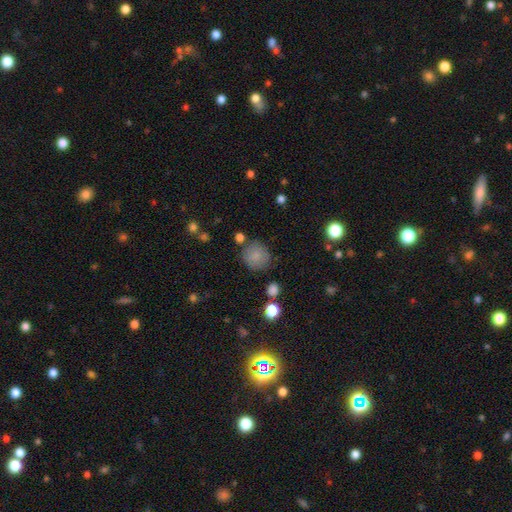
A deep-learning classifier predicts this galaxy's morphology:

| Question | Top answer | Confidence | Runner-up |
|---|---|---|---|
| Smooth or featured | smooth | 82% | star or artifact (10%) |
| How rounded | round | 88% | in between (11%) |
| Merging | none | 78% | minor disturbance (13%) |